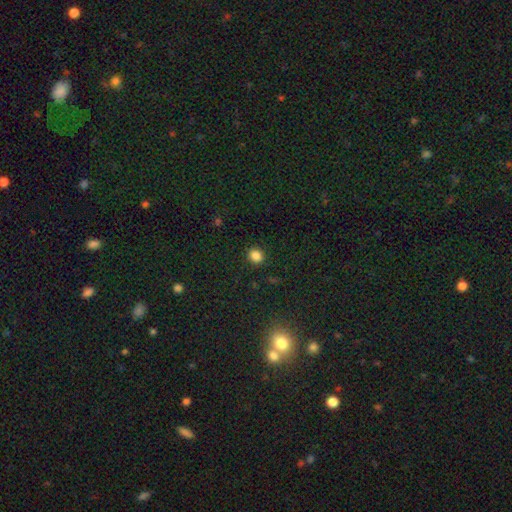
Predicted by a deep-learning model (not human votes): smooth-or-featured: smooth: 84% | star or artifact: 12% | featured or disk: 4%
  how-rounded: round: 80% | in between: 19% | cigar-shaped: 1%
  merging: none: 90% | minor disturbance: 7% | major disturbance: 2% | merger: 1%